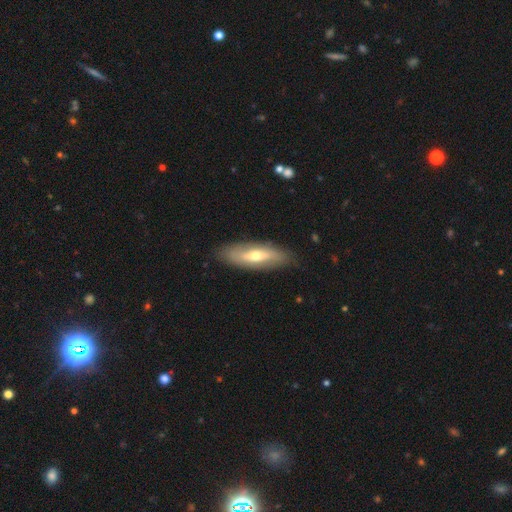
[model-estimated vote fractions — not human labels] smooth-or-featured: featured or disk: 50% | smooth: 44% | star or artifact: 5%
  disk-edge-on: no: 61% | yes: 39%
  merging: none: 84% | minor disturbance: 12% | major disturbance: 3% | merger: 1%